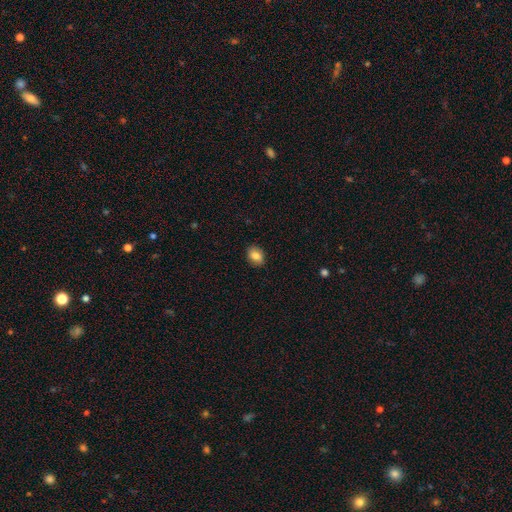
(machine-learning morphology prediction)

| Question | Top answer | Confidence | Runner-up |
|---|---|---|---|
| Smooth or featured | smooth | 84% | star or artifact (8%) |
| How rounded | in between | 66% | round (33%) |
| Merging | none | 88% | minor disturbance (9%) |